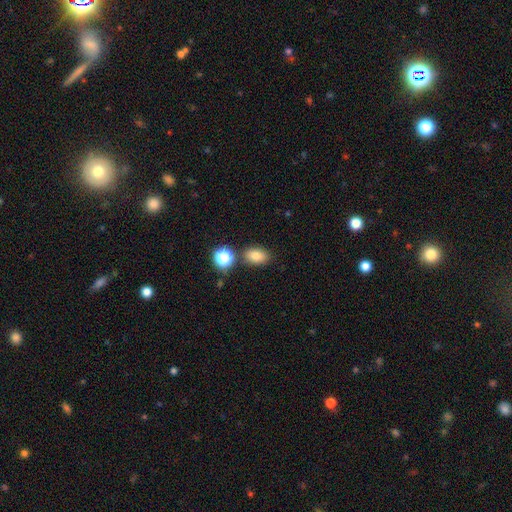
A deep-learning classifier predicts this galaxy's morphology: Smooth or featured? Predicted: smooth (p=0.79). How rounded? Predicted: in between (p=0.78). Merging? Predicted: none (p=0.77).